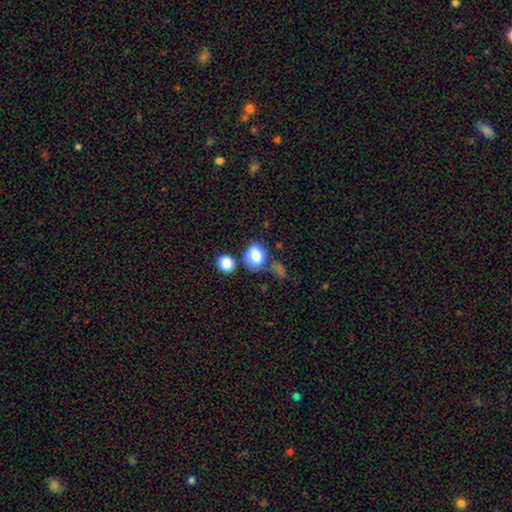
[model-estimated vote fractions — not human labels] smooth 83%, featured or disk 9%, star or artifact 9%. Down the decision tree: how rounded — round (50%); merging — none (51%).